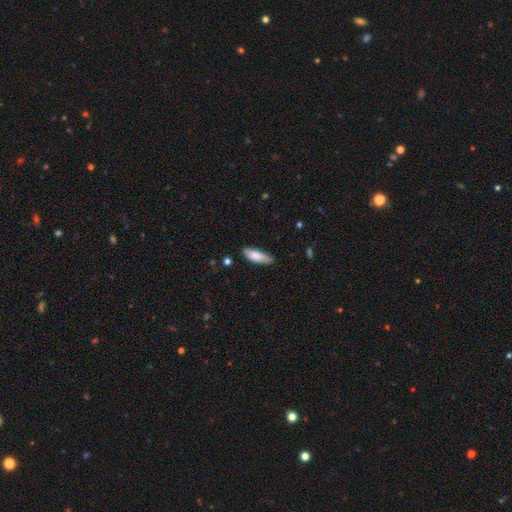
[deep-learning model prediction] A smooth galaxy with no disk features (81%) that is in between round and cigar-shaped (60%). Merging: none (74%).